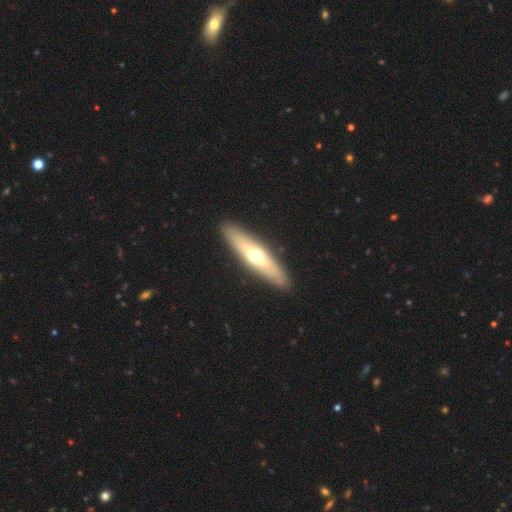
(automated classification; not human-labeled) smooth 48%, featured or disk 47%, star or artifact 5%. Down the decision tree: merging — none (91%).